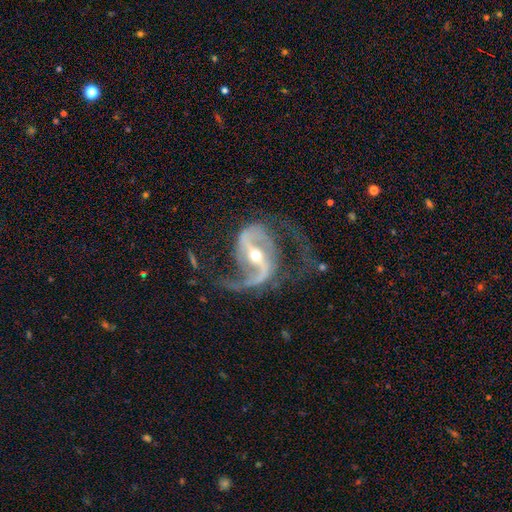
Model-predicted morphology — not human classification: Overall: featured or disk (92%). Edge-on disk: no (97%). Bar: strong (65%). Spiral arms: yes (97%). Spiral arm count: 2 (92%). Spiral winding: loose (54%; medium 38%). Bulge size: small (53%; moderate 44%). Merging: none (61%).